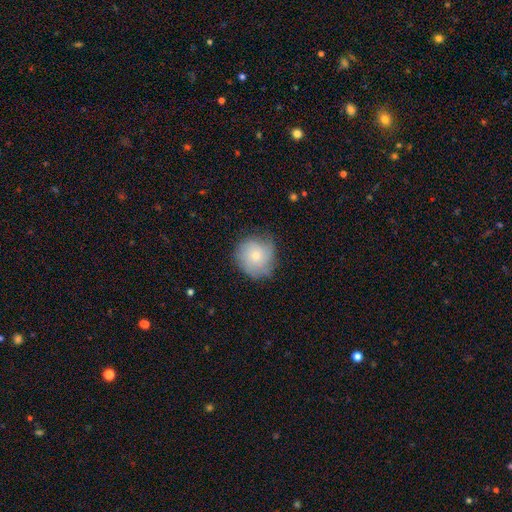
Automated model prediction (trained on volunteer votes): Smooth or featured: smooth — 64% (featured or disk — 28%)
How rounded: round — 89% (in between — 10%)
Merging: none — 68% (minor disturbance — 24%)